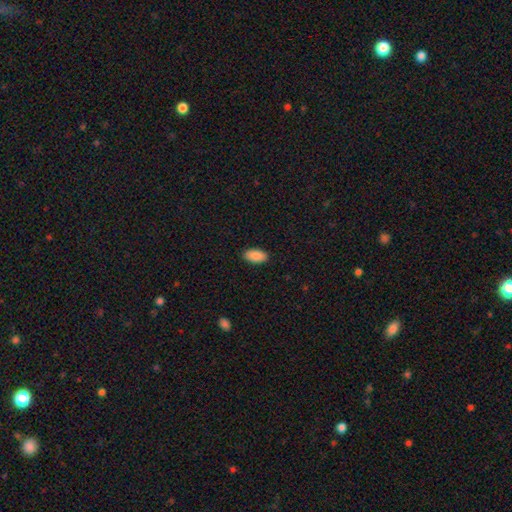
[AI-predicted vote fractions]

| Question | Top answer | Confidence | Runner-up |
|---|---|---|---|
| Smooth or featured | smooth | 90% | star or artifact (7%) |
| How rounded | in between | 94% | cigar-shaped (3%) |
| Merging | none | 90% | minor disturbance (7%) |